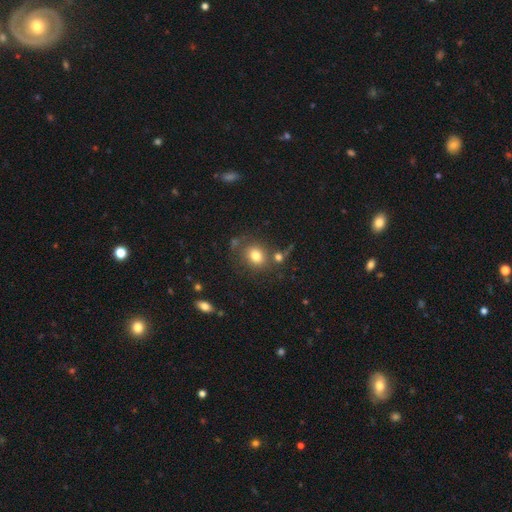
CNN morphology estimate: Smooth or featured?
  - smooth: 78% *
  - star or artifact: 12%
  - featured or disk: 10%
How rounded?
  - round: 64% *
  - in between: 35%
  - cigar-shaped: 1%
Merging?
  - none: 71% *
  - minor disturbance: 13%
  - merger: 11%
  - major disturbance: 5%